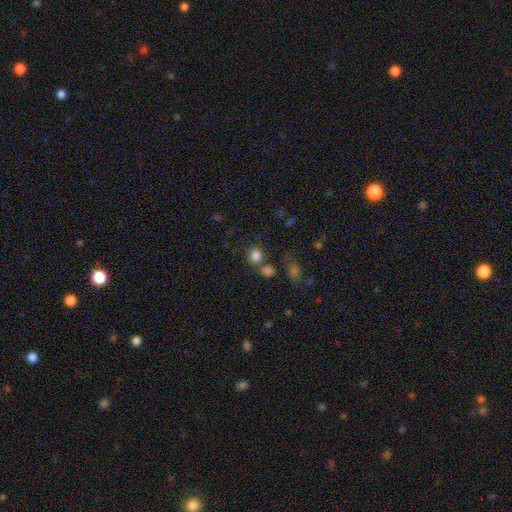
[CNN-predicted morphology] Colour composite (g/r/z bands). It shows a smooth galaxy with no disk features (82%) that is round (85%). Merging: none (69%).